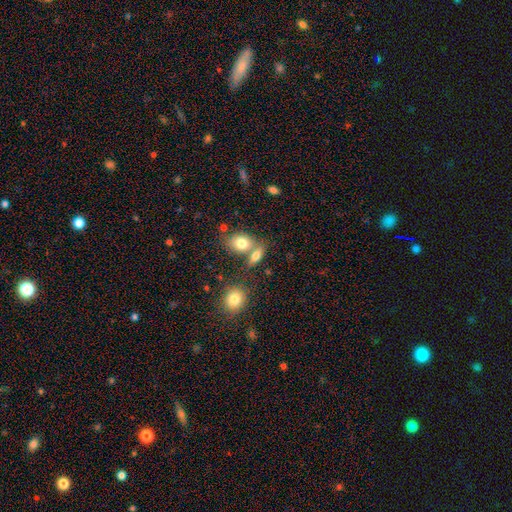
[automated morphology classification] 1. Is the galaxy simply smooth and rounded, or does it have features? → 75% smooth, 16% featured or disk, 9% star or artifact.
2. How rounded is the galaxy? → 72% in between, 18% round, 10% cigar-shaped.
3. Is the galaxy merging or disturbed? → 49% none, 37% merger, 10% minor disturbance, 4% major disturbance.